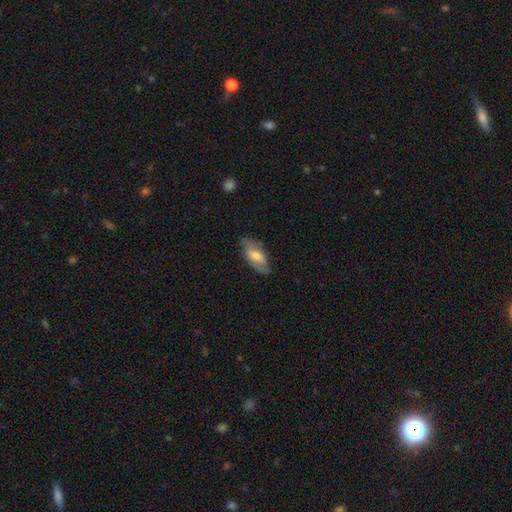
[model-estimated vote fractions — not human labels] The model was most divided on "smooth or featured": smooth: 53%, featured or disk: 40%, star or artifact: 6%. More confident: how rounded — in between (87%); merging — none (76%).